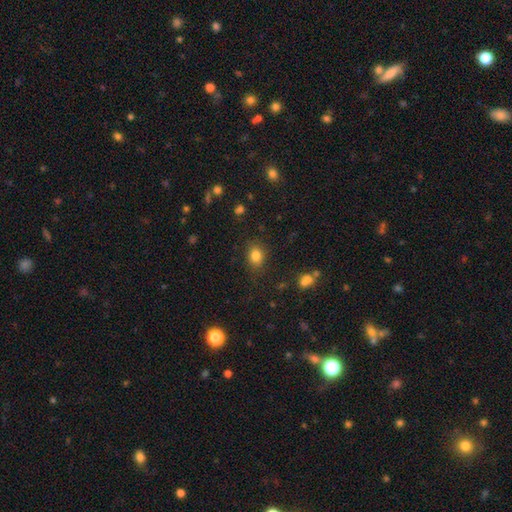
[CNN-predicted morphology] Smooth or featured: smooth — 82% (star or artifact — 11%)
How rounded: in between — 57% (round — 42%)
Merging: none — 82% (minor disturbance — 13%)